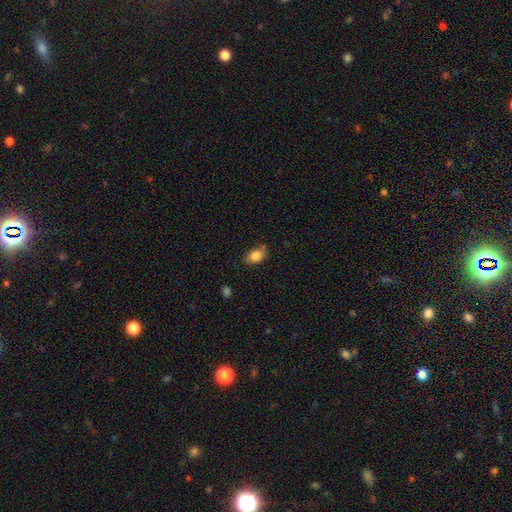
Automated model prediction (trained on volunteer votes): smooth-or-featured: smooth: 83% | featured or disk: 9% | star or artifact: 8%
  how-rounded: in between: 83% | round: 15% | cigar-shaped: 2%
  merging: none: 72% | minor disturbance: 22% | major disturbance: 4% | merger: 2%